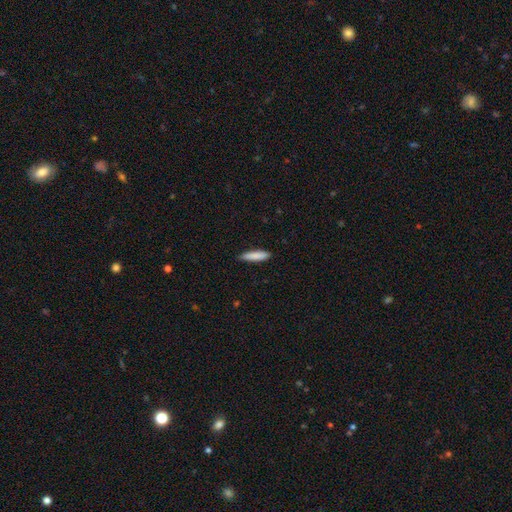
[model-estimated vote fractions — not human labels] A smooth galaxy with no disk features (86%) that is cigar-shaped (79%).

Vote fractions:
- Smooth or featured? smooth: 86% / featured or disk: 8% / star or artifact: 6%
- How rounded? cigar-shaped: 79% / in between: 19% / round: 1%
- Merging? none: 88% / minor disturbance: 9% / major disturbance: 2% / merger: 1%